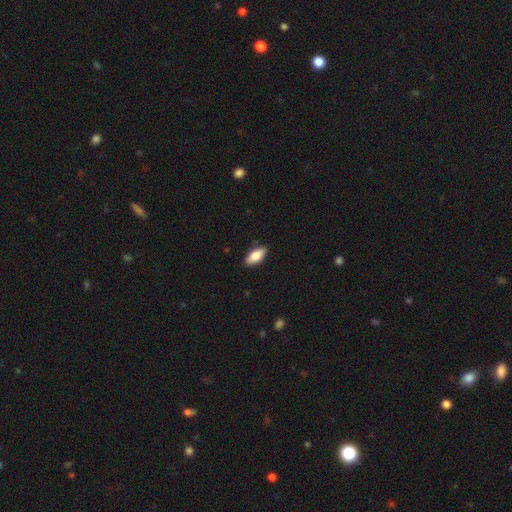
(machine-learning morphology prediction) This appears to be a smooth galaxy with no disk features (79%) that is in between round and cigar-shaped (86%). Merging: none (87%).